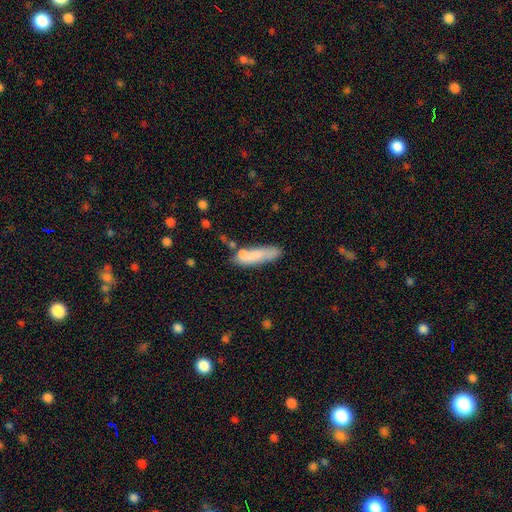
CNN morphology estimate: Smooth or featured: smooth — 76% (featured or disk — 17%)
How rounded: cigar-shaped — 69% (in between — 29%)
Merging: none — 51% (minor disturbance — 24%)